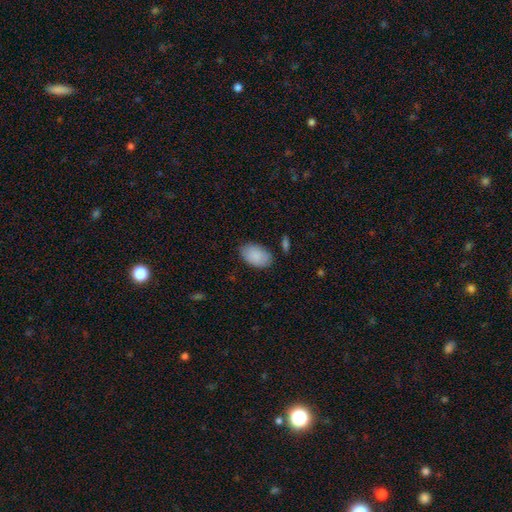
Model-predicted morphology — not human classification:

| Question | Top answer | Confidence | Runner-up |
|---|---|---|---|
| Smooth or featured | smooth | 88% | featured or disk (6%) |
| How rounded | in between | 93% | round (6%) |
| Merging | none | 82% | minor disturbance (13%) |